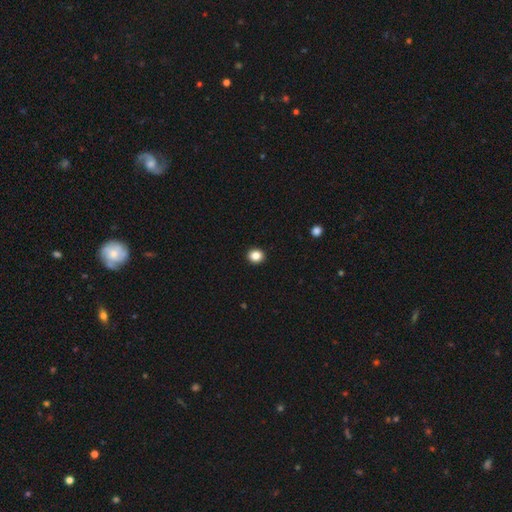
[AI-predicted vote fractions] This is clearly a smooth galaxy (85%). How rounded: clearly round (82%). Merging: clearly none (93%).